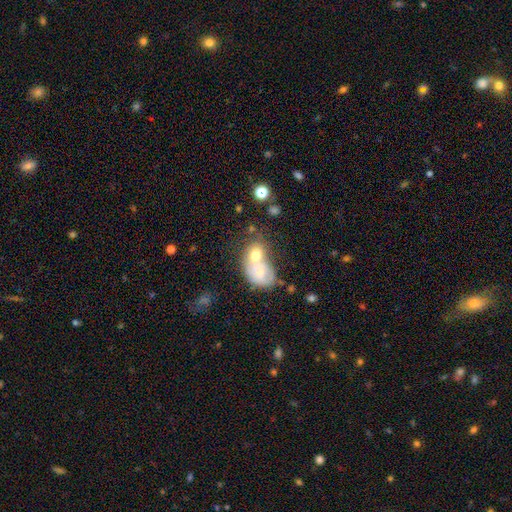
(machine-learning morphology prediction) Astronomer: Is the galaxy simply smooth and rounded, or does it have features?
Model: smooth — 63%.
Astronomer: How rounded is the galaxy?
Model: in between — 56% (runner-up: round, 42%).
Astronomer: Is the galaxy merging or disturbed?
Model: merger — 68%.